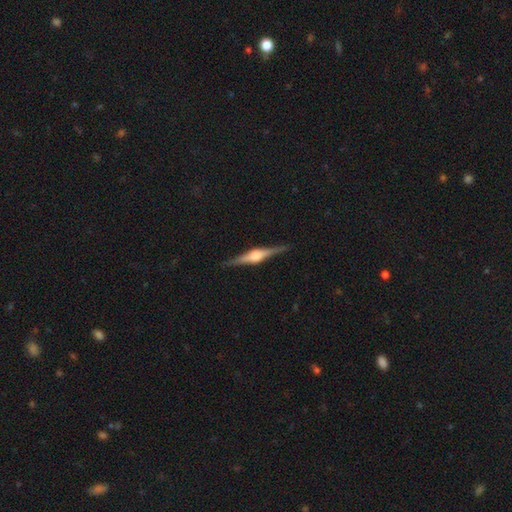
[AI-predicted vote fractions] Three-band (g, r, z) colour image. It shows a featured or disk galaxy (82%) viewed edge-on (98%) with a rounded central bulge (86%). Merging: none (90%).